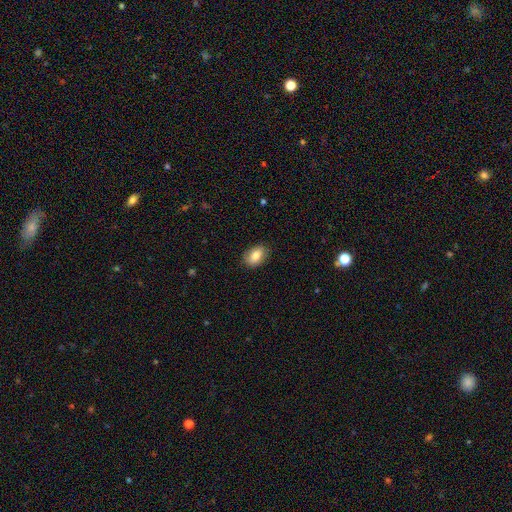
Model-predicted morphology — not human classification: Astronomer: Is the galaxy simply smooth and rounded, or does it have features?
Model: smooth — 81%.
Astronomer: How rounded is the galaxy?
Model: in between — 86%.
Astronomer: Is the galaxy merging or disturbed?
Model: none — 86%.